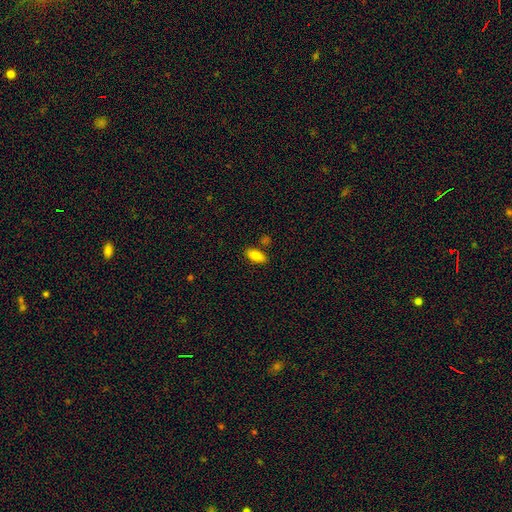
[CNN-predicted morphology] This appears to be a smooth galaxy with no disk features (84%) that is in between round and cigar-shaped (88%). Merging: none (82%).